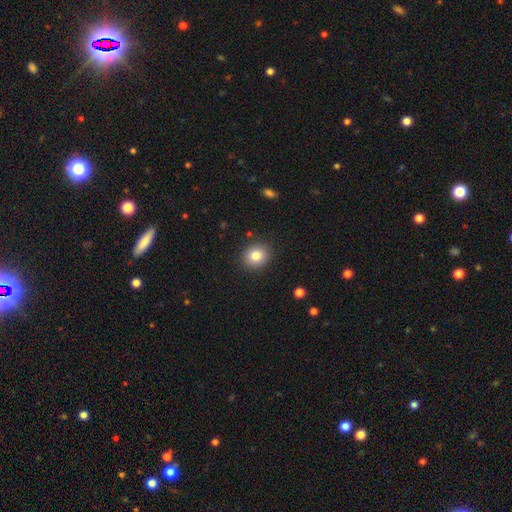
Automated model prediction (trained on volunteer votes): smooth 81%, star or artifact 10%, featured or disk 9%. Down the decision tree: how rounded — round (78%); merging — none (89%).